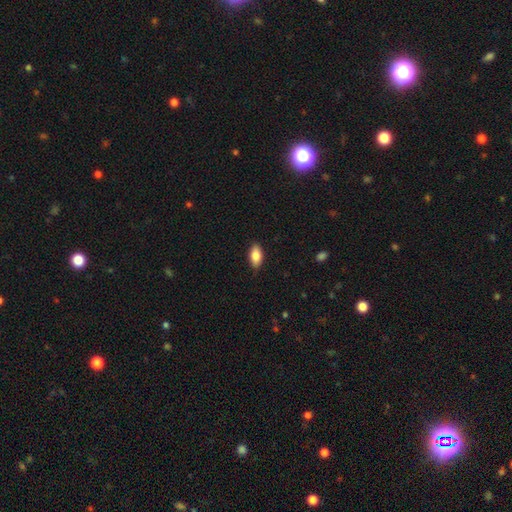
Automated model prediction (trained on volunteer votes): smooth_or_featured: smooth (p=0.83) [alt: featured or disk p=0.10]
how_rounded: in between (p=0.90) [alt: cigar-shaped p=0.06]
merging: none (p=0.86) [alt: minor disturbance p=0.11]